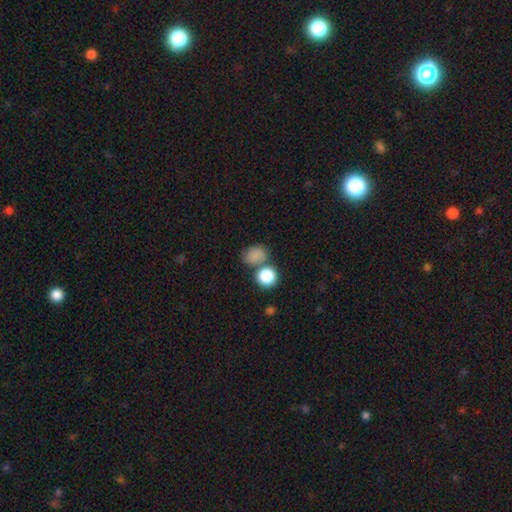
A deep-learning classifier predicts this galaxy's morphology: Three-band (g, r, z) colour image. It shows a smooth galaxy with no disk features (82%) that is round (54%). Merging: none (55%).